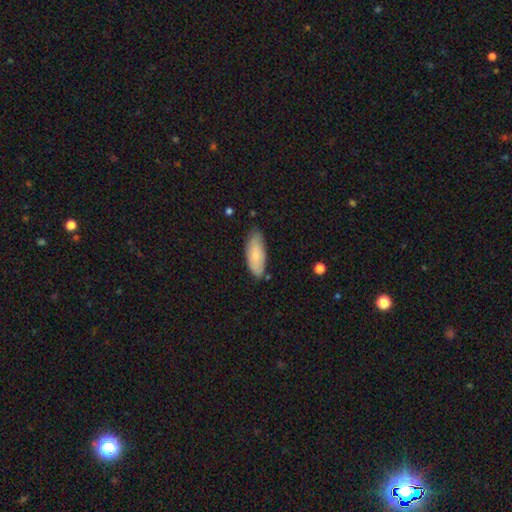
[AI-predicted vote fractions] This appears to be a smooth galaxy with no disk features (77%) that is in between round and cigar-shaped (80%). Merging: none (71%).